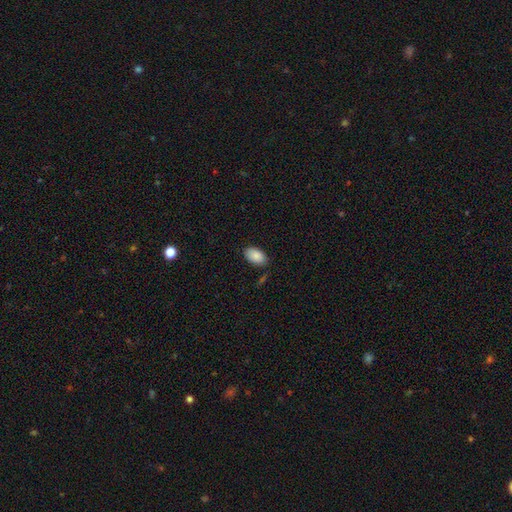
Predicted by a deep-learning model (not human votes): Morphology: type=smooth (88%); roundness=in between (94%); merging=none (81%).